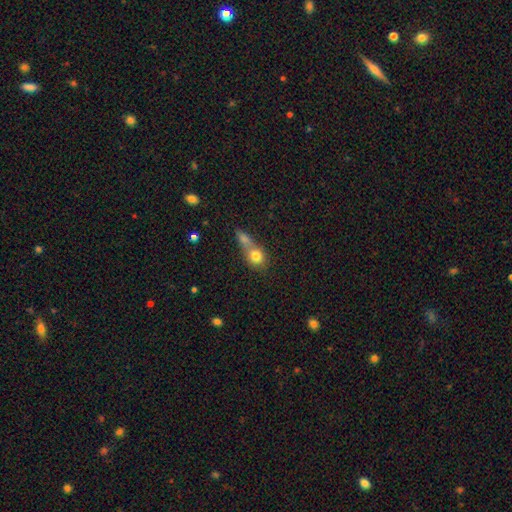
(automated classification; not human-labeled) smooth 78%, featured or disk 13%, star or artifact 10%. Down the decision tree: how rounded — round (66%); merging — merger (59%).